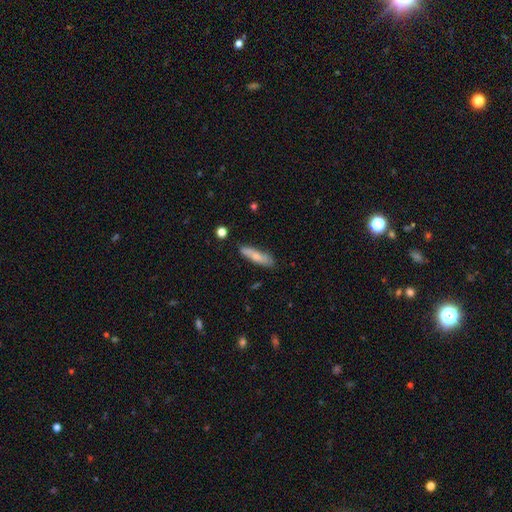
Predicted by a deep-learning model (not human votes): smooth-or-featured: smooth: 72% | featured or disk: 22% | star or artifact: 6%
  how-rounded: cigar-shaped: 69% | in between: 29% | round: 2%
  merging: none: 76% | minor disturbance: 18% | major disturbance: 3% | merger: 3%